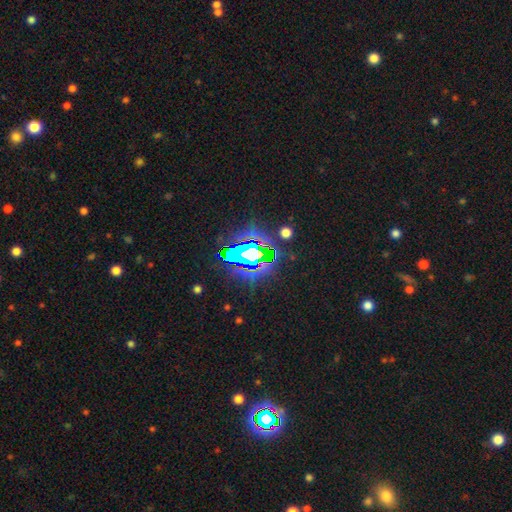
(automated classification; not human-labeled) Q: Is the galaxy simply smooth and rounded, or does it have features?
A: star or artifact — 71%.